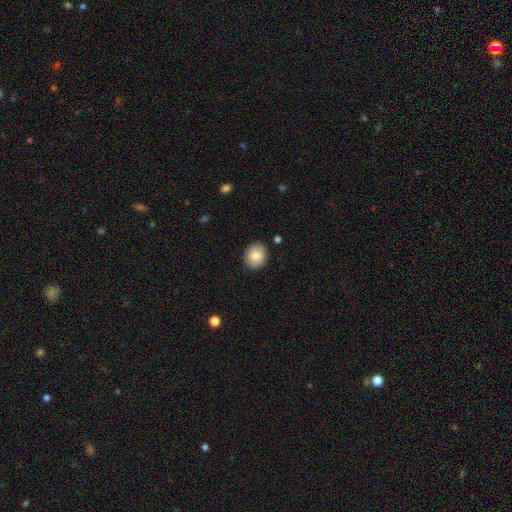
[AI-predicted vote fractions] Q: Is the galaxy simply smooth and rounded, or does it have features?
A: smooth — 84%.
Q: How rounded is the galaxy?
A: round — 62%.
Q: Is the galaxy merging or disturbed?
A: none — 89%.